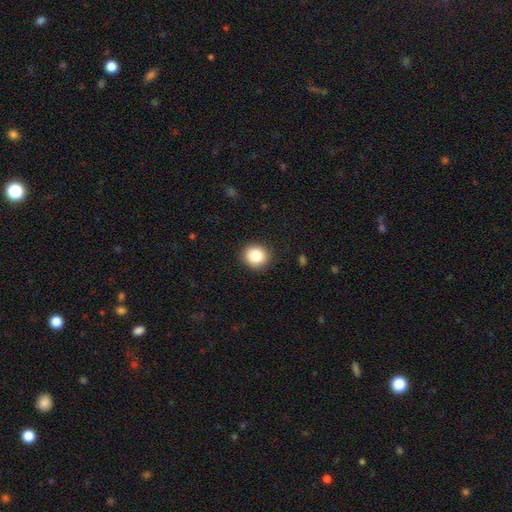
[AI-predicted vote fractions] Smooth or featured: smooth — 86% (star or artifact — 9%)
How rounded: round — 86% (in between — 14%)
Merging: none — 90% (minor disturbance — 7%)